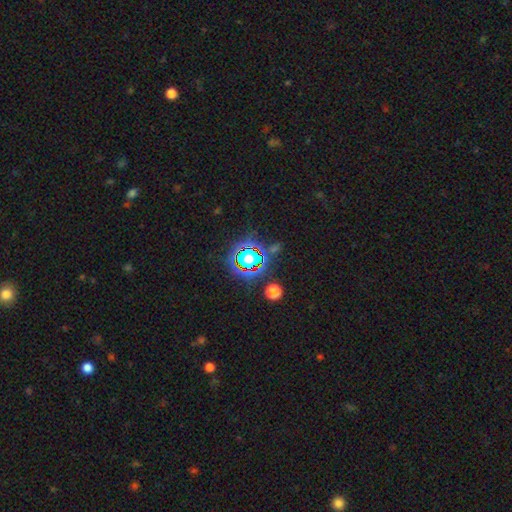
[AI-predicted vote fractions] This appears to be a star or artifact, not a galaxy (79%).